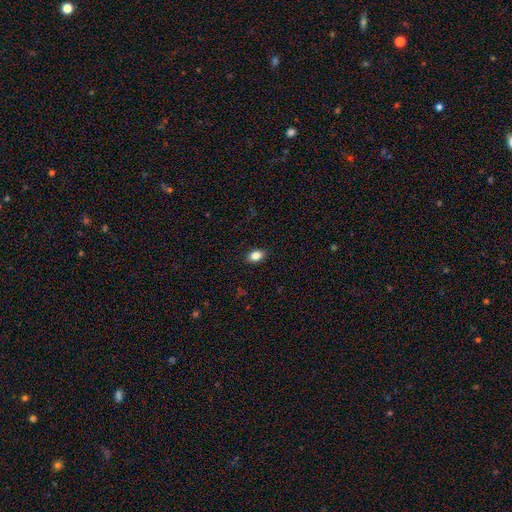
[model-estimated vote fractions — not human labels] This is clearly a smooth galaxy (85%). How rounded: clearly in between (82%). Merging: clearly none (89%).